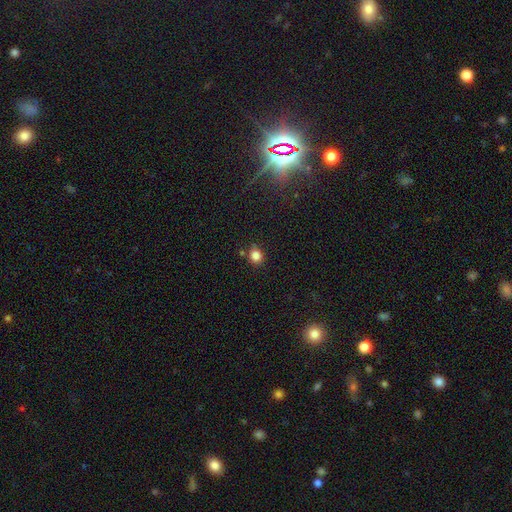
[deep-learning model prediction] Morphology: type=smooth (83%); roundness=round (82%); merging=none (80%).